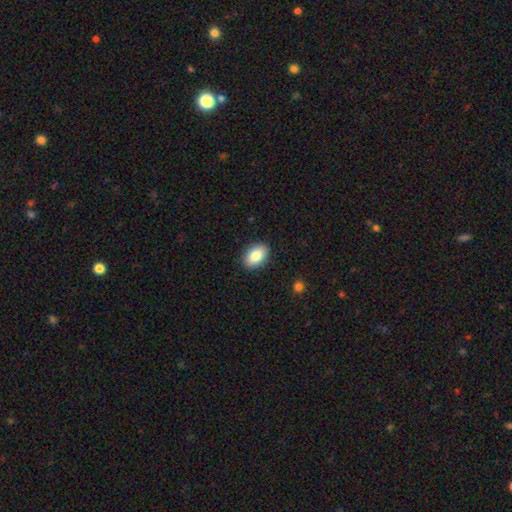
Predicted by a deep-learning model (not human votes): smooth 83%, featured or disk 10%, star or artifact 7%. Down the decision tree: how rounded — in between (89%); merging — none (88%).